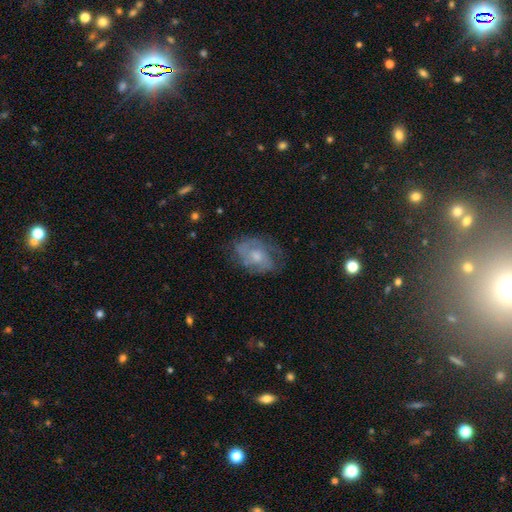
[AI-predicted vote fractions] This appears to be a featured or disk galaxy (63%) with no bar (71%), spiral arms (76%) and a moderate central bulge (48%). Merging: none (62%).